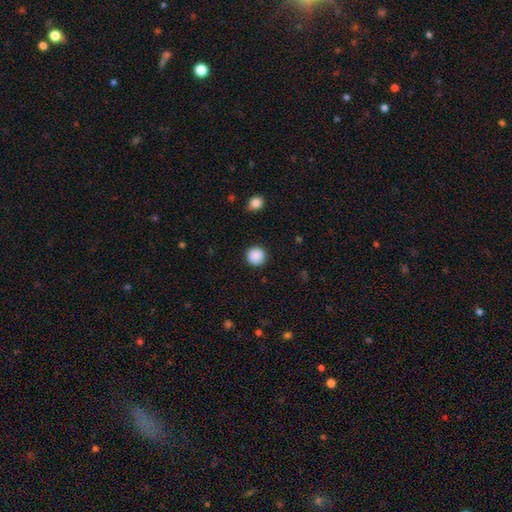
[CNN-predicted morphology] Smooth or featured? Predicted: smooth (p=0.89). How rounded? Predicted: round (p=0.95). Merging? Predicted: none (p=0.91).